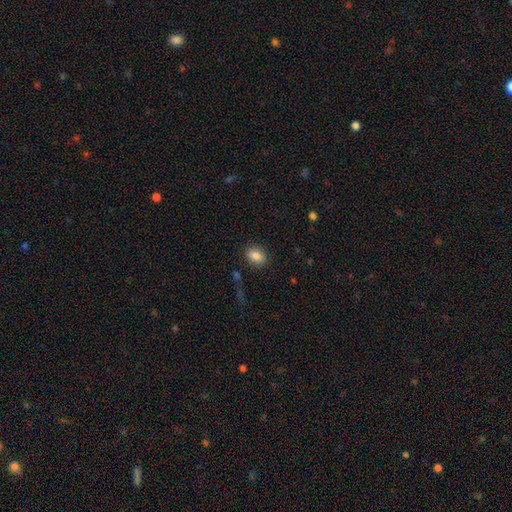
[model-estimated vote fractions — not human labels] Overall: smooth (85%). How rounded: in between (74%). Merging: none (86%).